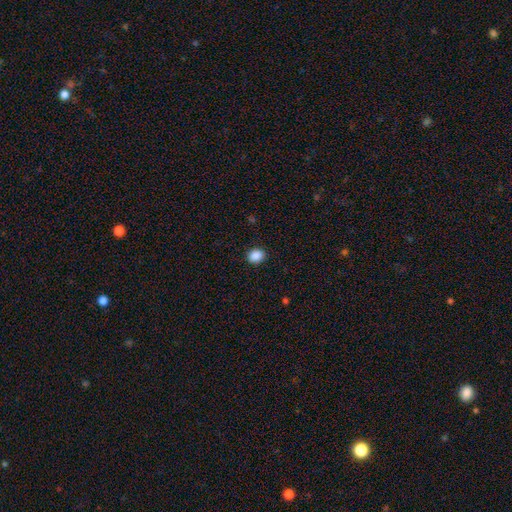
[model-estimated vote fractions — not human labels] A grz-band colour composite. It shows a smooth galaxy with no disk features (89%) that is round (55%). Merging: none (90%).